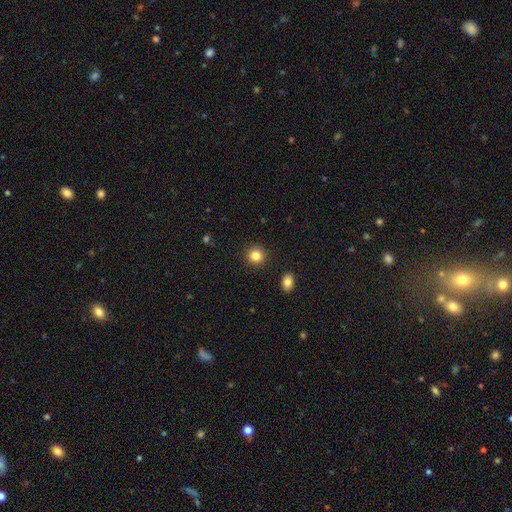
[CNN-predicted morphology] Q: Smooth or featured?
A: smooth (84%); runner-up: star or artifact (11%)
Q: How rounded?
A: round (90%); runner-up: in between (9%)
Q: Merging?
A: none (91%); runner-up: minor disturbance (5%)